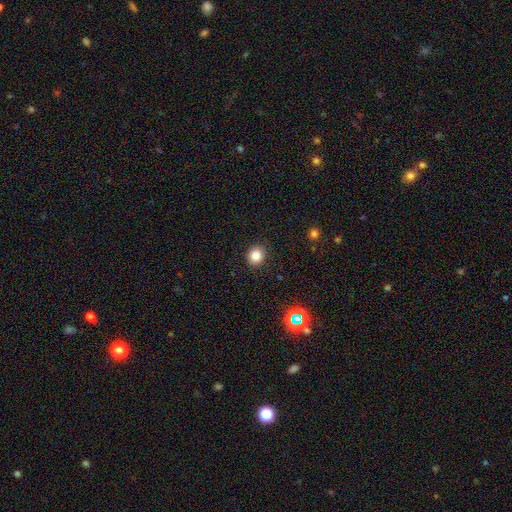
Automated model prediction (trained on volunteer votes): Overall: smooth (83%). How rounded: round (80%). Merging: none (89%).